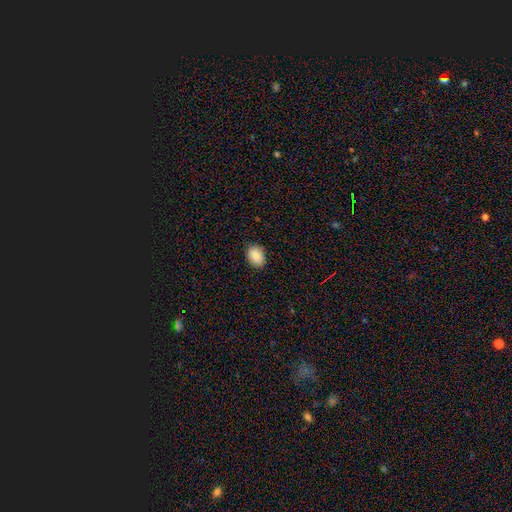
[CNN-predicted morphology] smooth_or_featured: smooth (p=0.89) [alt: star or artifact p=0.07]
how_rounded: in between (p=0.76) [alt: round p=0.23]
merging: none (p=0.86) [alt: minor disturbance p=0.11]